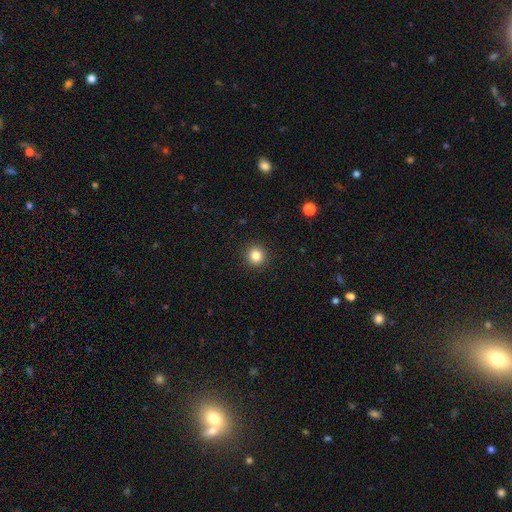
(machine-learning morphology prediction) type=smooth (83%); roundness=round (94%); merging=none (93%).